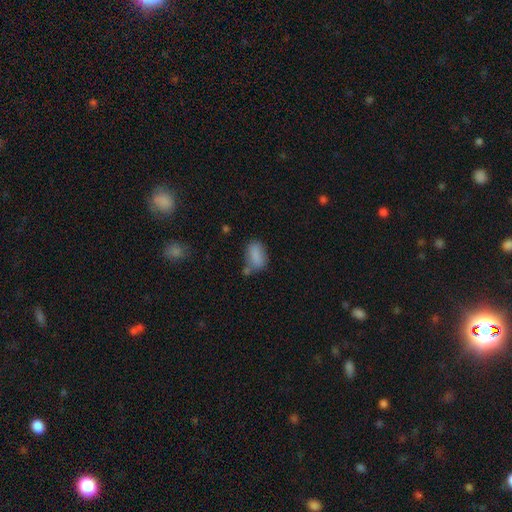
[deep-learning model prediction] Q: Smooth or featured?
A: smooth (82%); runner-up: star or artifact (10%)
Q: How rounded?
A: in between (87%); runner-up: round (9%)
Q: Merging?
A: none (46%); runner-up: minor disturbance (27%)